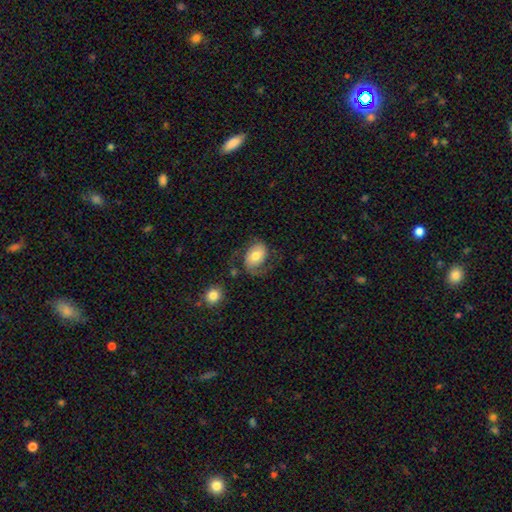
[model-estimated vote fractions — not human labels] smooth_or_featured: smooth (p=0.47) [alt: featured or disk p=0.46]
merging: none (p=0.53) [alt: minor disturbance p=0.21]